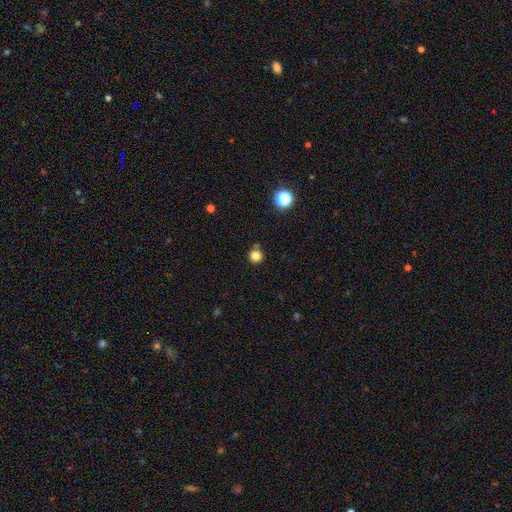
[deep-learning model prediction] Overall: smooth (81%). How rounded: round (95%). Merging: none (81%).